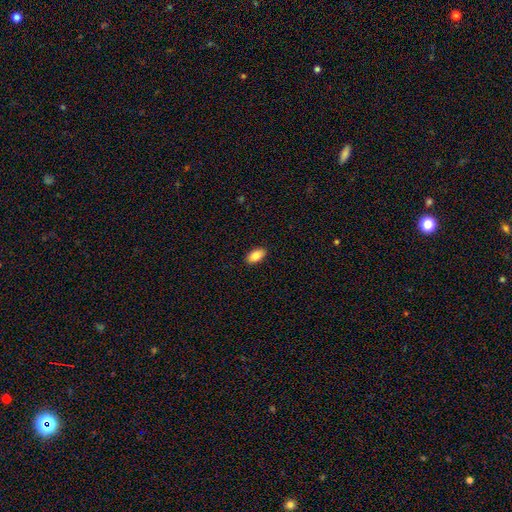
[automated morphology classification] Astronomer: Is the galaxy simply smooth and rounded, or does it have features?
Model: smooth — 86%.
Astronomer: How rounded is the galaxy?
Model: in between — 93%.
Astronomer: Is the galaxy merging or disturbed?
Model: none — 89%.